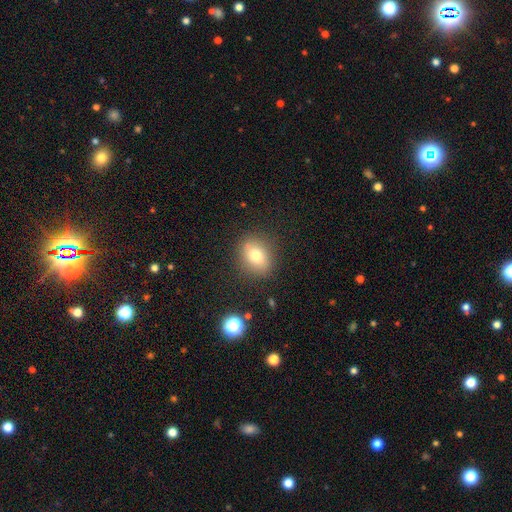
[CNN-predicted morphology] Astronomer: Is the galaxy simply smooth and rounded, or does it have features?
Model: smooth — 75%.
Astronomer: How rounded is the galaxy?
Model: in between — 54% (runner-up: round, 44%).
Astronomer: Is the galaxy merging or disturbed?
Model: none — 85%.